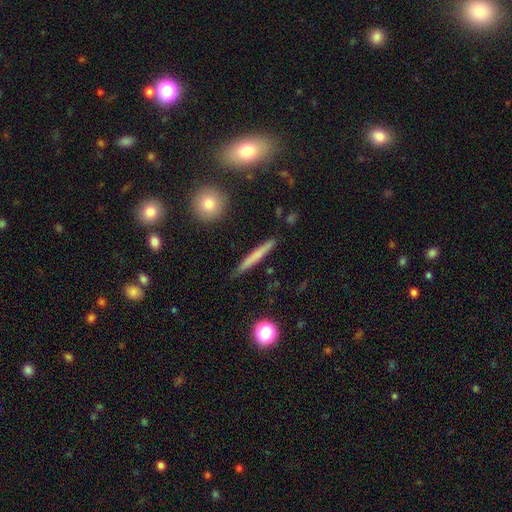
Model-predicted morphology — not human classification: Smooth or featured?
  - smooth: 62% *
  - featured or disk: 31%
  - star or artifact: 7%
How rounded?
  - cigar-shaped: 94% *
  - in between: 3%
  - round: 3%
Merging?
  - none: 88% *
  - minor disturbance: 9%
  - major disturbance: 2%
  - merger: 2%